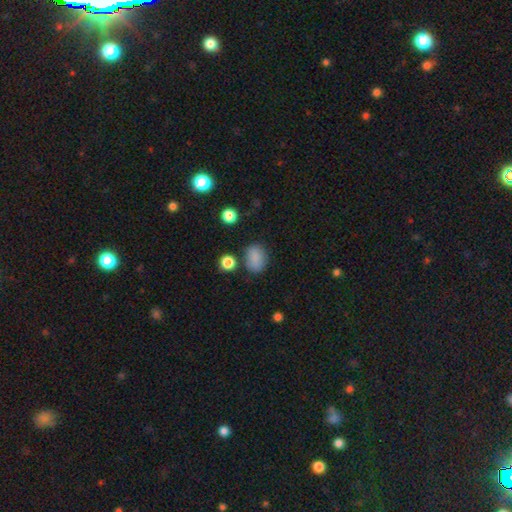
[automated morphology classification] This appears to be a smooth galaxy with no disk features (83%) that is in between round and cigar-shaped (65%). Merging: none (76%).